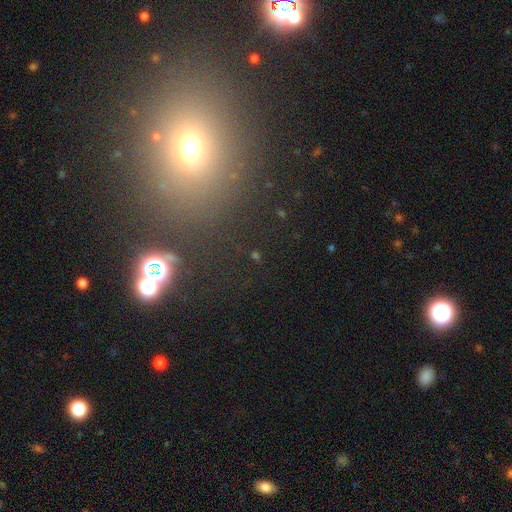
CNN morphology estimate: The model was most divided on "smooth or featured": star or artifact: 59%, smooth: 28%, featured or disk: 13%.